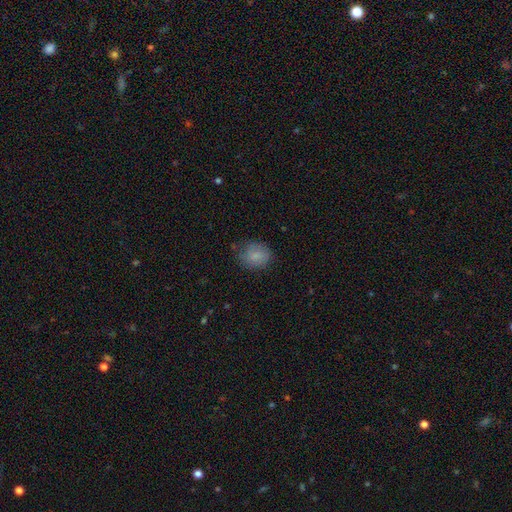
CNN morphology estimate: Smooth or featured? Predicted: smooth (p=0.82). How rounded? Predicted: round (p=0.59). Merging? Predicted: none (p=0.71).